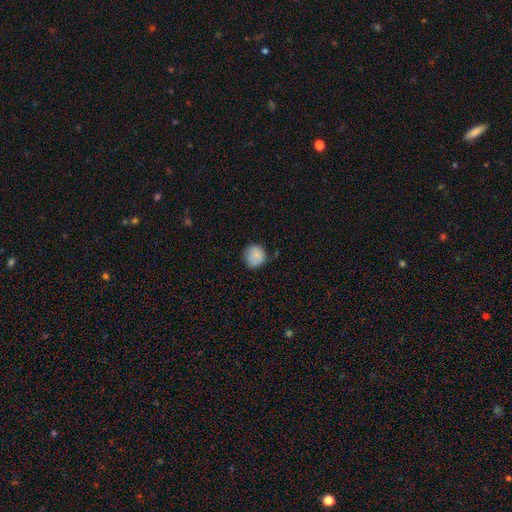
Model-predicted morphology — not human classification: Overall: smooth (86%). How rounded: round (90%). Merging: none (74%).